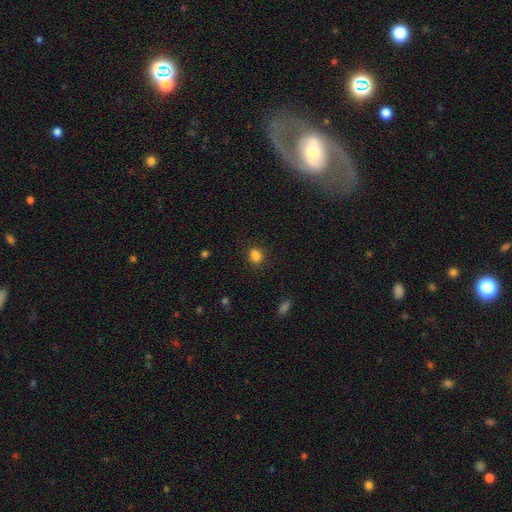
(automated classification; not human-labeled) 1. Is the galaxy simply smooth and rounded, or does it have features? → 83% smooth, 12% star or artifact, 5% featured or disk.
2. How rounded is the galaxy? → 58% round, 41% in between, 1% cigar-shaped.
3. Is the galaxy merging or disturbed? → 82% none, 12% minor disturbance, 3% major disturbance, 3% merger.